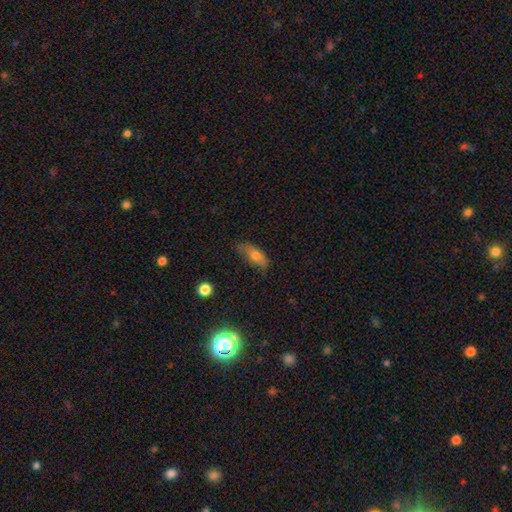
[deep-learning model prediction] Smooth or featured? Predicted: smooth (p=0.70). How rounded? Predicted: in between (p=0.73). Merging? Predicted: none (p=0.63).